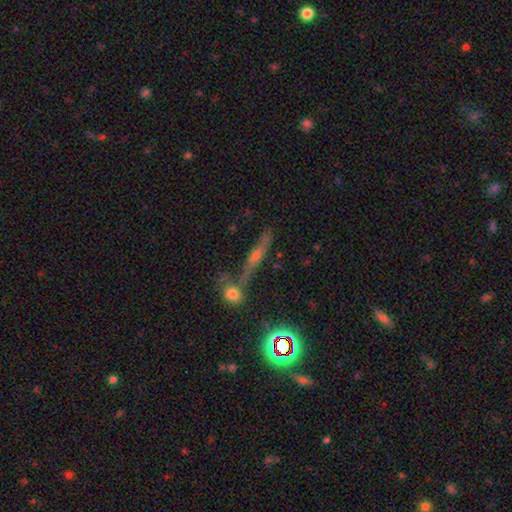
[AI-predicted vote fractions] Overall: featured or disk (60%; star or artifact 22%). Edge-on disk: yes (89%). Edge-on bulge: rounded (88%). Merging: none (67%).